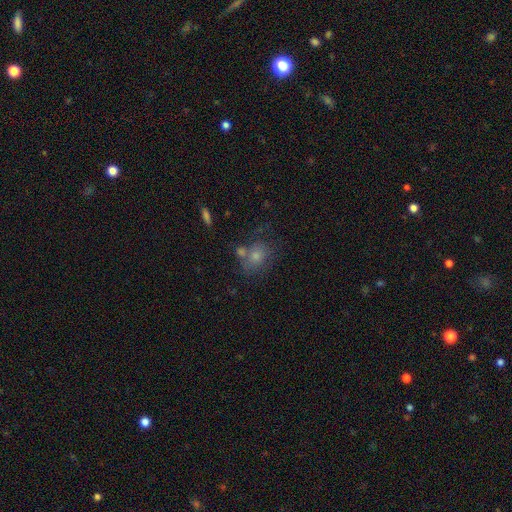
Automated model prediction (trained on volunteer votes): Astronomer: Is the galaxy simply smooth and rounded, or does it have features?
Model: smooth — 50% (runner-up: featured or disk, 28%).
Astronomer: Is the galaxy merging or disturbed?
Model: none — 56%.